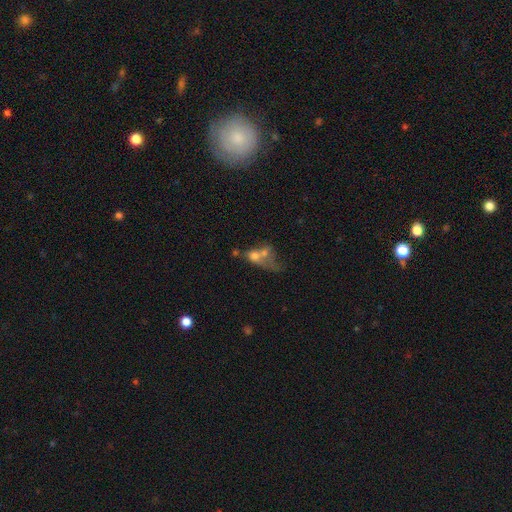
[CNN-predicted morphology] The model was most divided on "how rounded": in between: 57%, round: 37%, cigar-shaped: 6%. More confident: merging — merger (63%); smooth or featured — smooth (54%).